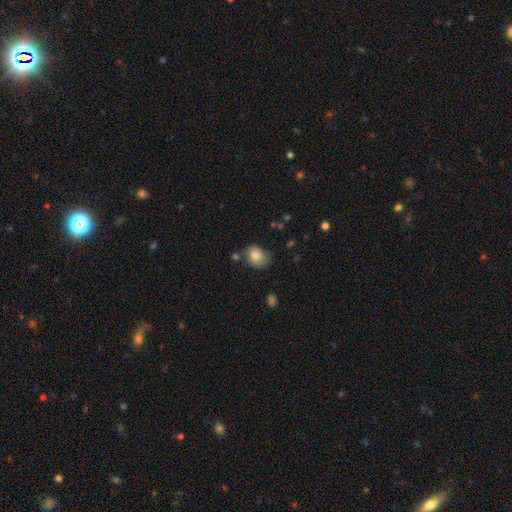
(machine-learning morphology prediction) type=smooth (82%); roundness=in between (52%); merging=none (64%).